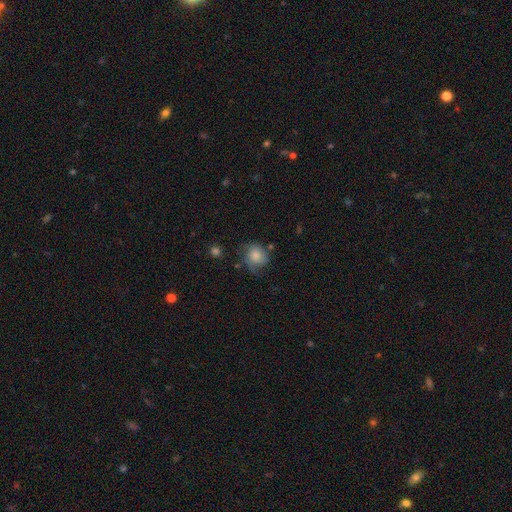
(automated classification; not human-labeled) Overall: smooth (58%; featured or disk 33%). How rounded: round (76%). Merging: none (53%; minor disturbance 28%).